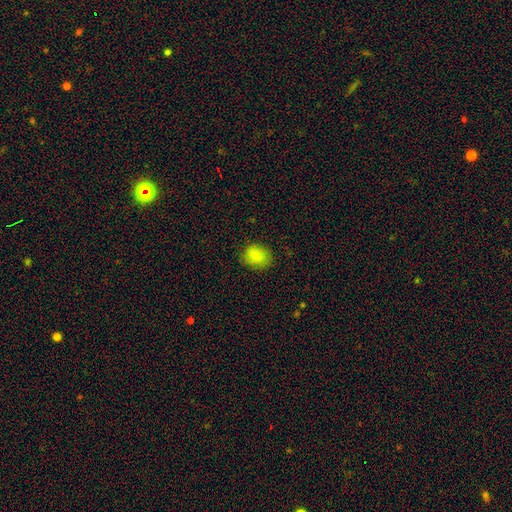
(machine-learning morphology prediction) smooth-or-featured: smooth: 85% | star or artifact: 9% | featured or disk: 6%
  how-rounded: in between: 51% | round: 48% | cigar-shaped: 1%
  merging: none: 82% | minor disturbance: 14% | major disturbance: 4% | merger: 1%